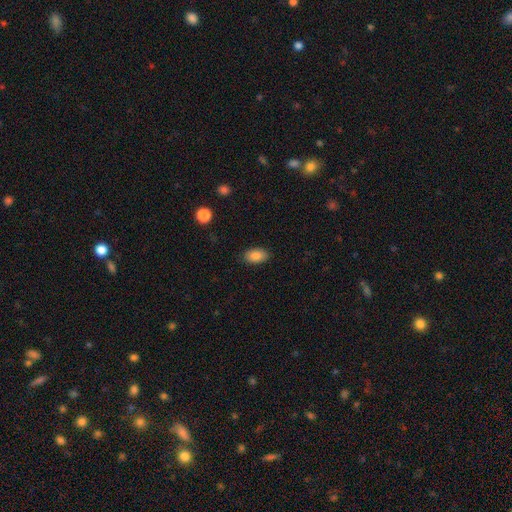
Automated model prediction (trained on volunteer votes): Smooth or featured? Predicted: smooth (p=0.86). How rounded? Predicted: in between (p=0.92). Merging? Predicted: none (p=0.87).